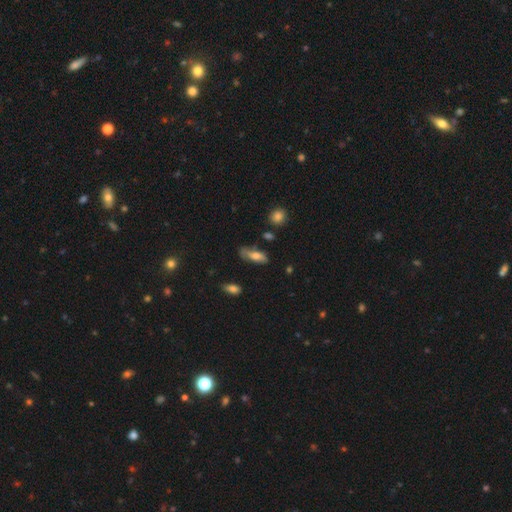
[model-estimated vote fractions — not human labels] Smooth or featured: smooth — 62% (featured or disk — 30%)
How rounded: in between — 72% (cigar-shaped — 25%)
Merging: none — 52% (minor disturbance — 31%)